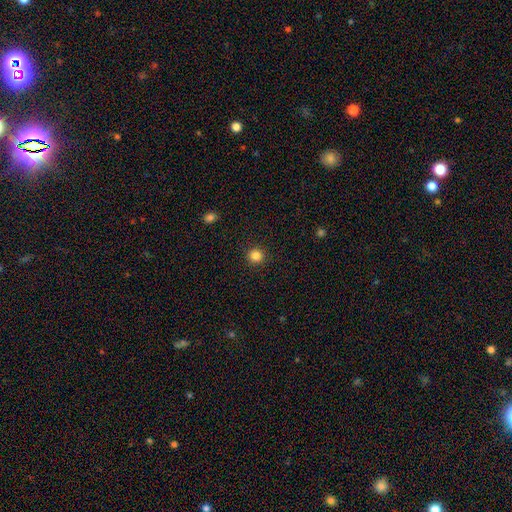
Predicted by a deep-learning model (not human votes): A smooth galaxy with no disk features (84%) that is round (93%).

Vote fractions:
- Smooth or featured? smooth: 84% / star or artifact: 12% / featured or disk: 4%
- How rounded? round: 93% / in between: 6% / cigar-shaped: 1%
- Merging? none: 92% / minor disturbance: 5% / major disturbance: 2% / merger: 1%